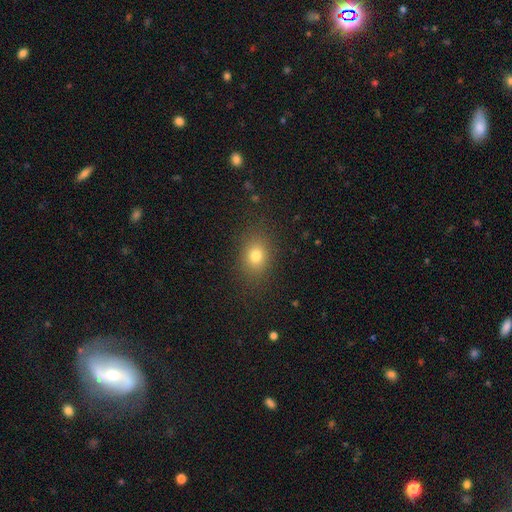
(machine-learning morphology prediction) Smooth or featured? smooth (78%)
How rounded? in between (61%)
Merging? none (84%)